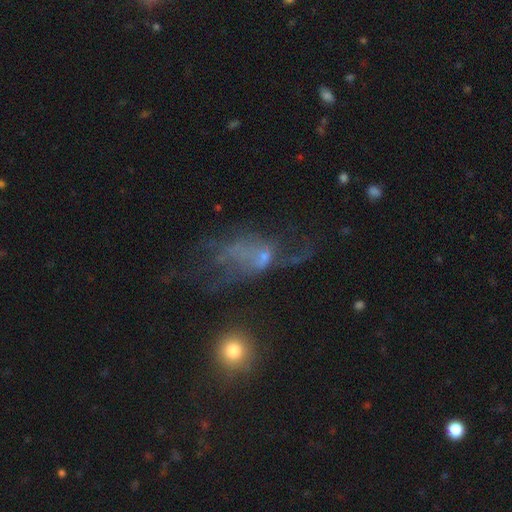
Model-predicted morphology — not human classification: The model was most divided on "merging": major disturbance: 45%, none: 28%, minor disturbance: 15%, merger: 11%. More confident: edge-on disk — no (91%); smooth or featured — featured or disk (50%).